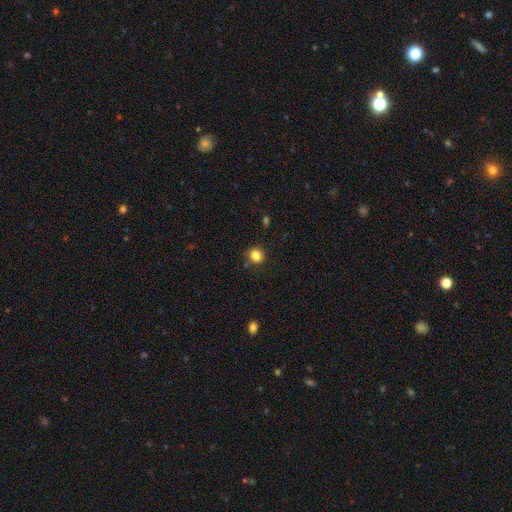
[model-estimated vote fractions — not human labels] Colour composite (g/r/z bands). It shows a smooth galaxy with no disk features (84%) that is round (73%). Merging: none (83%).